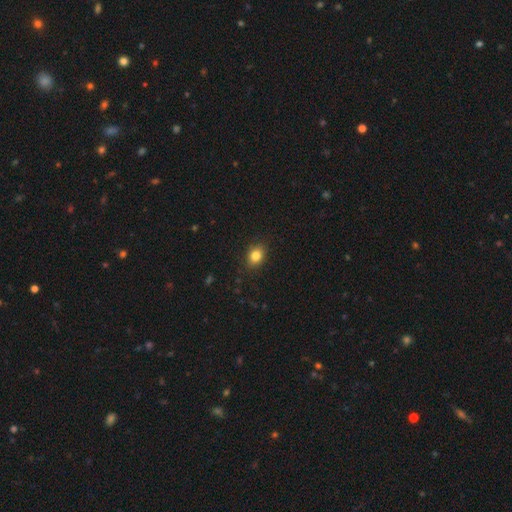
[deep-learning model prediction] Morphology: type=smooth (83%); roundness=in between (59%); merging=none (87%).